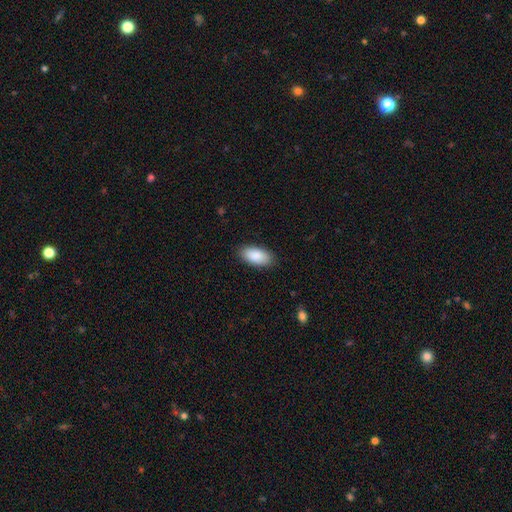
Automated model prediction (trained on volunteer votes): Morphology: type=smooth (90%); roundness=in between (93%); merging=none (87%).